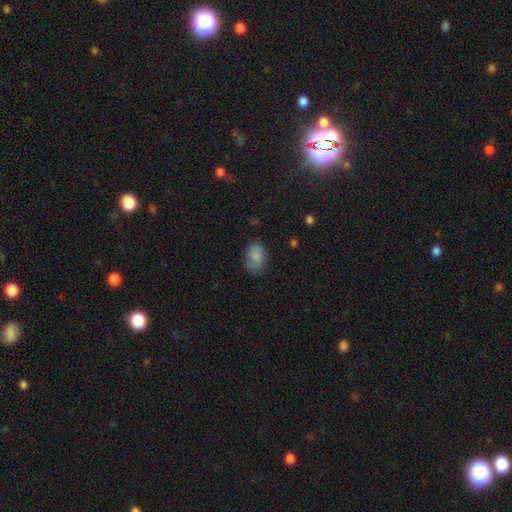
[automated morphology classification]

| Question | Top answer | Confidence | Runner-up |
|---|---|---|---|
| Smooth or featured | smooth | 82% | featured or disk (9%) |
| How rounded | in between | 82% | round (16%) |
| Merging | none | 71% | minor disturbance (22%) |